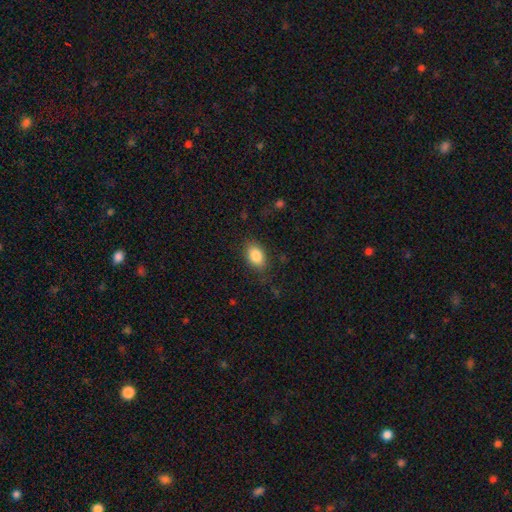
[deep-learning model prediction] This is clearly a smooth galaxy (85%). How rounded: clearly in between (85%). Merging: clearly none (81%).